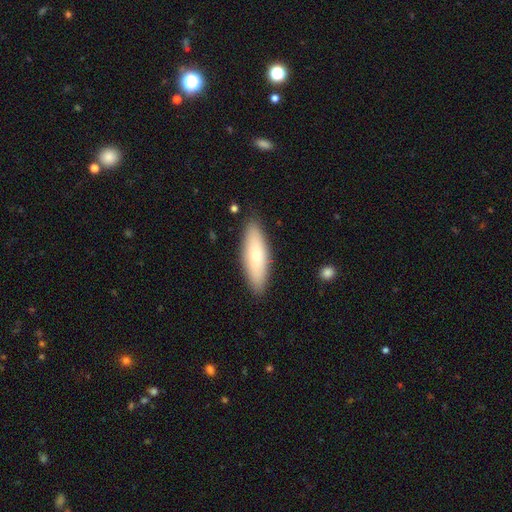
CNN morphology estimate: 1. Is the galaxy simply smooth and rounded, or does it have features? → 70% smooth, 24% featured or disk, 6% star or artifact.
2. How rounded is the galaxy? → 50% in between, 48% cigar-shaped, 2% round.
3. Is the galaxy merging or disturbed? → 88% none, 9% minor disturbance, 2% major disturbance, 1% merger.